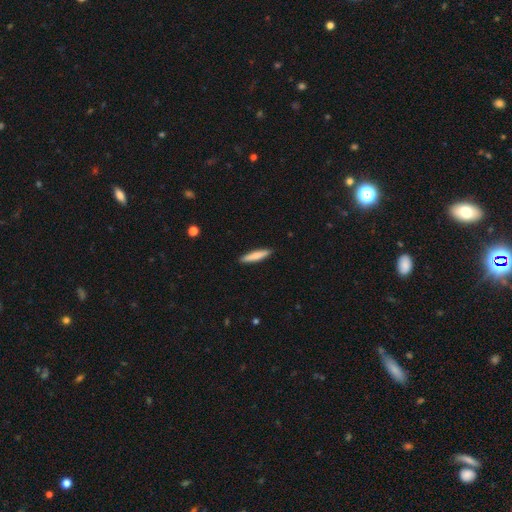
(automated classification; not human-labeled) The model was most divided on "smooth or featured": smooth: 77%, featured or disk: 18%, star or artifact: 5%. More confident: merging — none (91%); how rounded — cigar-shaped (89%).